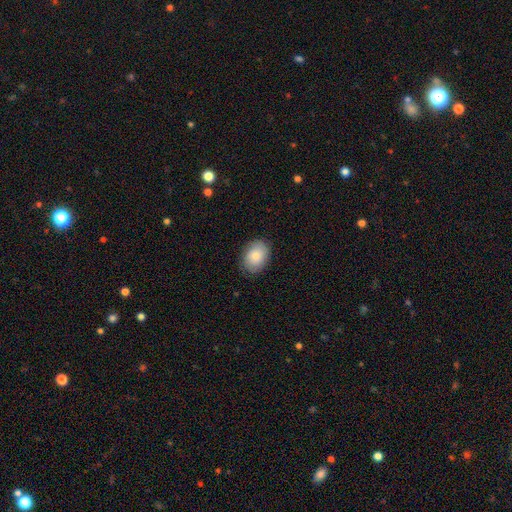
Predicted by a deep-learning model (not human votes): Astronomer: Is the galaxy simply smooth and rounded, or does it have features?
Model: smooth — 81%.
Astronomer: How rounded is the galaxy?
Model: in between — 73%.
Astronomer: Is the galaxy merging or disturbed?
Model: none — 82%.